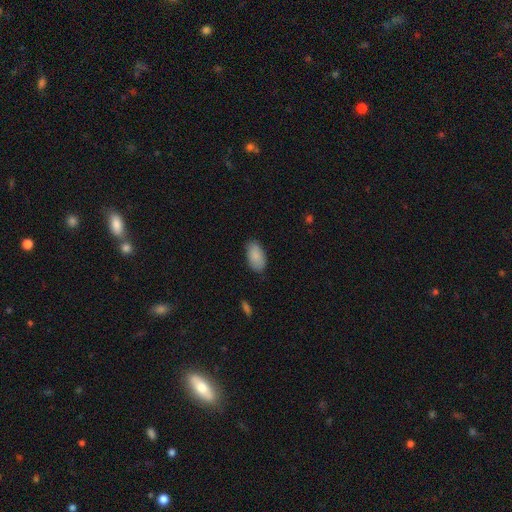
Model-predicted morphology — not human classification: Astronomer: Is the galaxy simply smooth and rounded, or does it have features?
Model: smooth — 88%.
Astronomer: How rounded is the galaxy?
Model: in between — 94%.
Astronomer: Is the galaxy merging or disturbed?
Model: none — 82%.